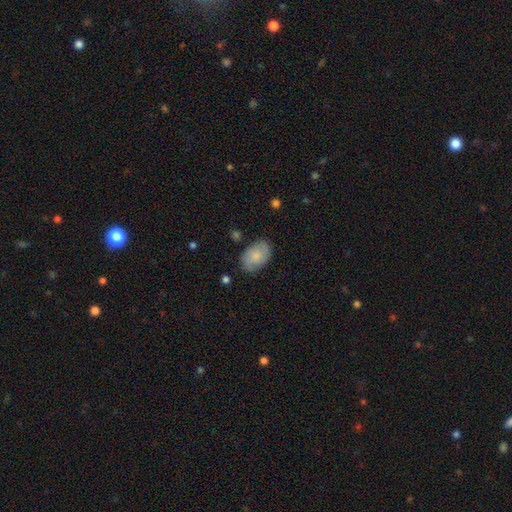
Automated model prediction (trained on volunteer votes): Smooth or featured? Predicted: smooth (p=0.68). How rounded? Predicted: in between (p=0.86). Merging? Predicted: none (p=0.77).